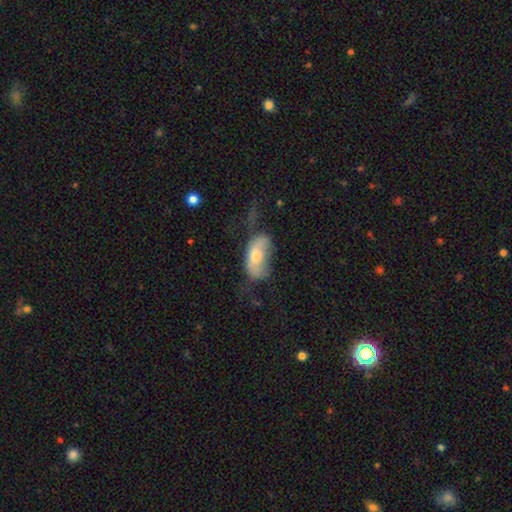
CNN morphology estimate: Smooth or featured? smooth (63%)
How rounded? in between (91%)
Merging? major disturbance (33%)